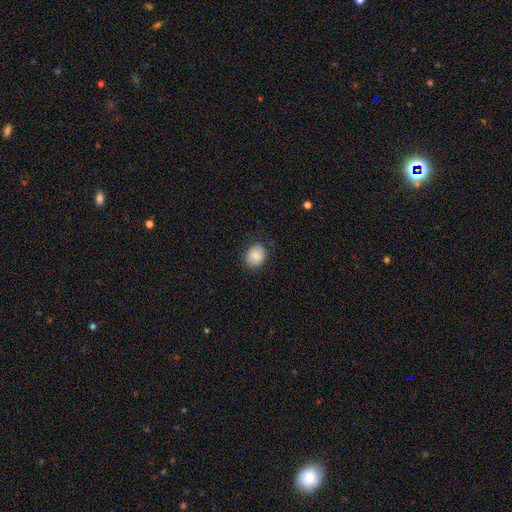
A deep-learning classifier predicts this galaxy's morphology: The model was most divided on "how rounded": round: 62%, in between: 37%, cigar-shaped: 1%. More confident: merging — none (80%); smooth or featured — smooth (76%).